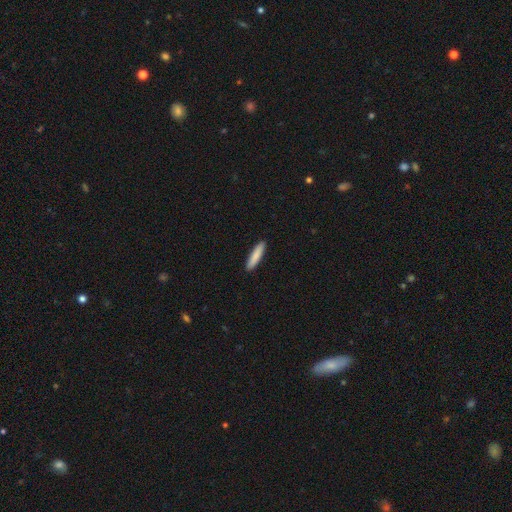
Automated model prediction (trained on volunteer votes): Overall: smooth (86%). How rounded: cigar-shaped (85%). Merging: none (92%).